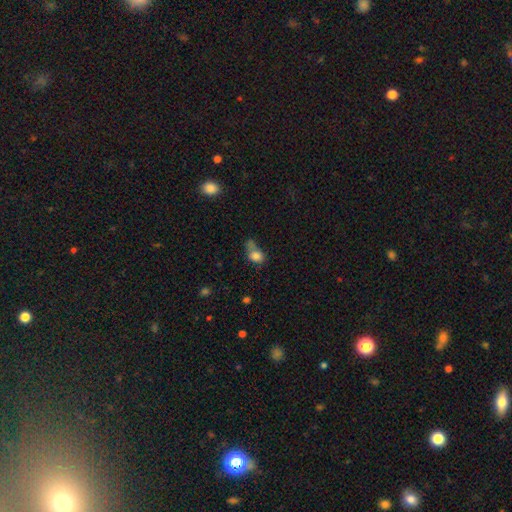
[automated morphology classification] smooth 79%, star or artifact 12%, featured or disk 10%. Down the decision tree: how rounded — in between (49%, tied with round); merging — merger (34%).